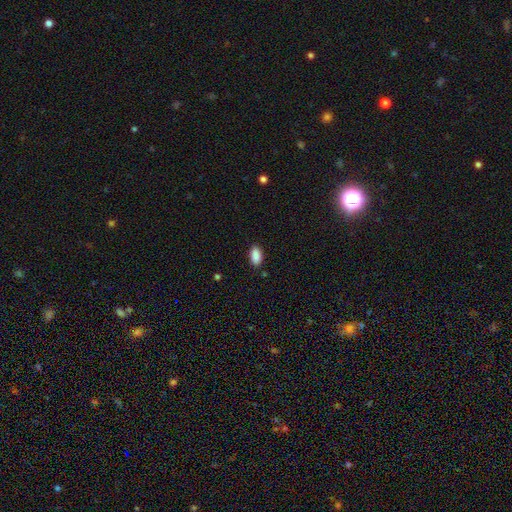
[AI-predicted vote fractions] Morphology: type=smooth (89%); roundness=in between (92%); merging=none (86%).